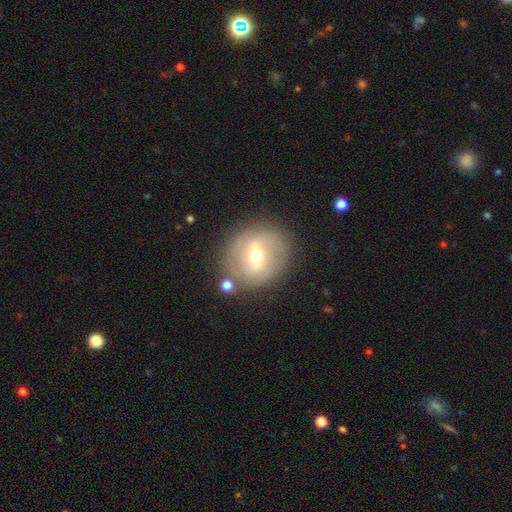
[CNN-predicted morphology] Q: Smooth or featured?
A: featured or disk (60%); runner-up: smooth (32%)
Q: Edge-on disk?
A: no (93%); runner-up: yes (7%)
Q: Bar?
A: weak (45%); runner-up: strong (38%)
Q: Spiral arms?
A: no (52%); runner-up: yes (48%)
Q: Bulge size?
A: moderate (66%); runner-up: small (27%)
Q: Merging?
A: none (78%); runner-up: minor disturbance (13%)